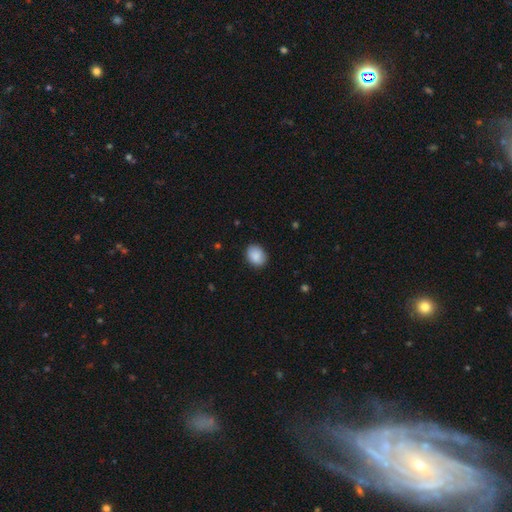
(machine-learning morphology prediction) smooth-or-featured: smooth: 89% | star or artifact: 7% | featured or disk: 4%
  how-rounded: in between: 59% | round: 40% | cigar-shaped: 1%
  merging: none: 86% | minor disturbance: 11% | major disturbance: 2% | merger: 1%